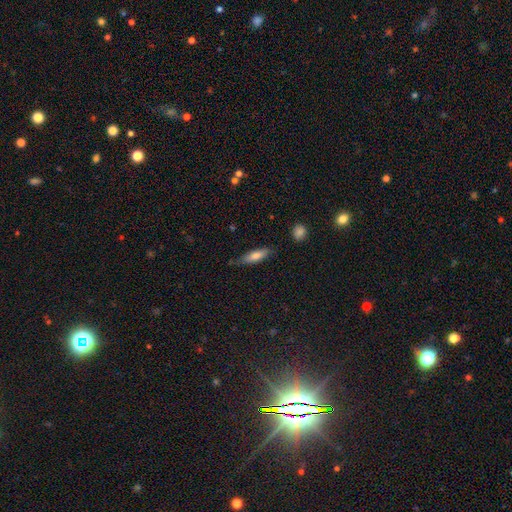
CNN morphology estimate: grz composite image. It shows a smooth galaxy with no disk features (72%) that is cigar-shaped (60%). Merging: none (74%).